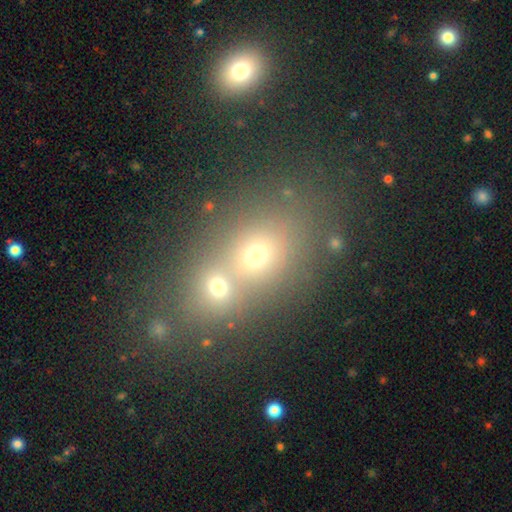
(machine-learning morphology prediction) Q: Smooth or featured?
A: smooth (57%); runner-up: star or artifact (25%)
Q: How rounded?
A: round (53%); runner-up: in between (45%)
Q: Merging?
A: merger (55%); runner-up: none (35%)